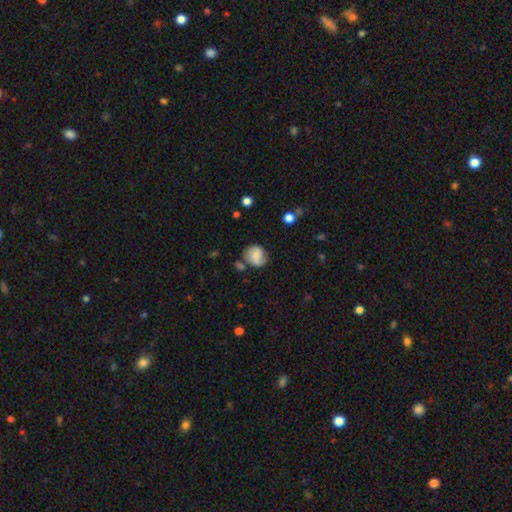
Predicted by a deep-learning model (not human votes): A smooth galaxy with no disk features (63%) that is round (71%).

Vote fractions:
- Smooth or featured? smooth: 63% / featured or disk: 28% / star or artifact: 10%
- How rounded? round: 71% / in between: 28% / cigar-shaped: 1%
- Merging? none: 55% / minor disturbance: 26% / major disturbance: 10% / merger: 9%